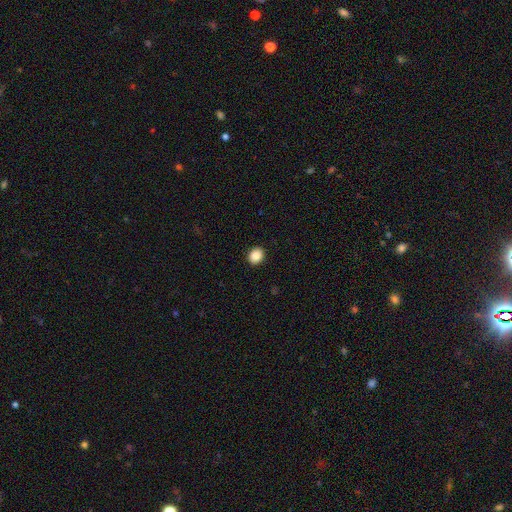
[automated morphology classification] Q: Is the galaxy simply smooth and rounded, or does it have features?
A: smooth — 88%.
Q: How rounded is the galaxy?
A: round — 66%.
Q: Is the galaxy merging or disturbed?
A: none — 92%.